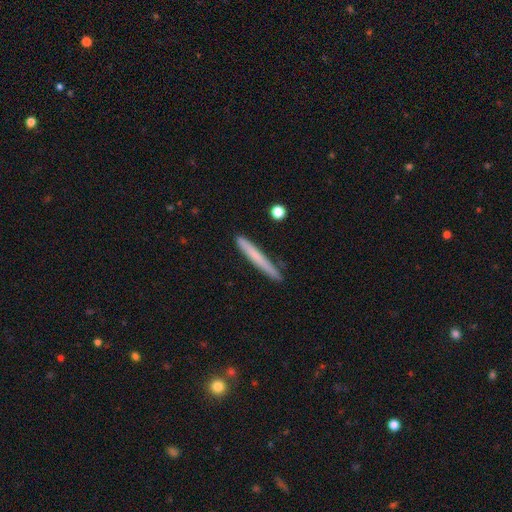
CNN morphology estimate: Overall: smooth (65%; featured or disk 29%). How rounded: cigar-shaped (97%). Merging: none (88%).